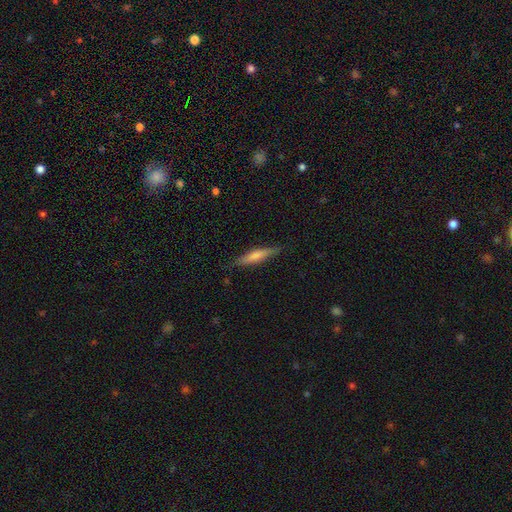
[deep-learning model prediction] Smooth or featured? Predicted: smooth (p=0.59). How rounded? Predicted: cigar-shaped (p=0.87). Merging? Predicted: none (p=0.84).